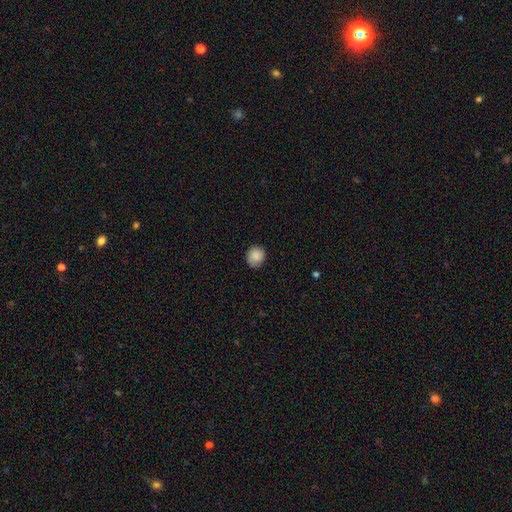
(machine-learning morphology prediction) Smooth or featured: smooth — 87% (star or artifact — 8%)
How rounded: round — 79% (in between — 20%)
Merging: none — 85% (minor disturbance — 11%)